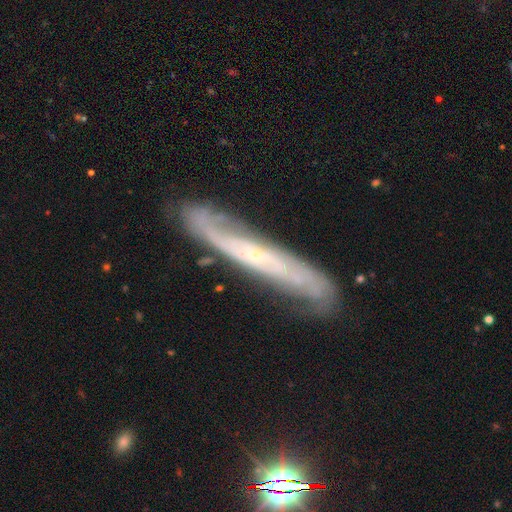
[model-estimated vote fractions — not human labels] Smooth or featured? featured or disk (80%)
Edge-on disk? no (55%)
Merging? none (77%)